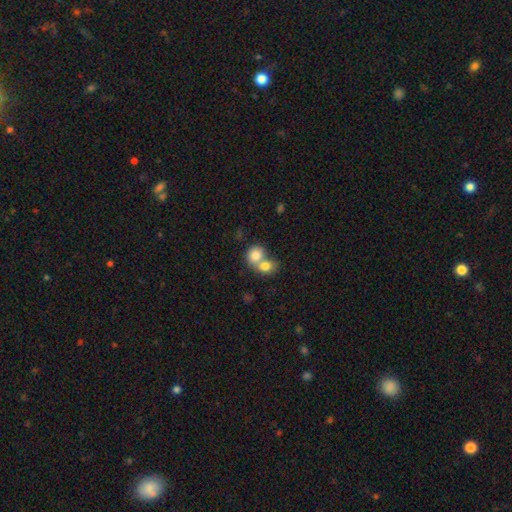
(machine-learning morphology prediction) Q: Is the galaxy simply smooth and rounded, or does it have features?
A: smooth — 80%.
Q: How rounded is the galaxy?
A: round — 67%.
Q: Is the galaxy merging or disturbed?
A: merger — 67%.